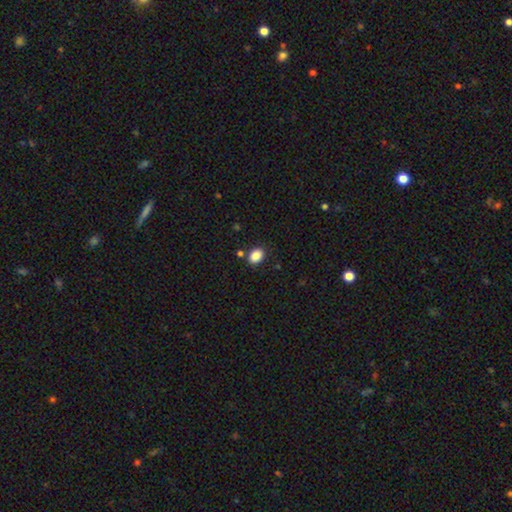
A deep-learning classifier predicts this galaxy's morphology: Smooth or featured?
  - smooth: 87% *
  - star or artifact: 9%
  - featured or disk: 4%
How rounded?
  - in between: 76% *
  - round: 23%
  - cigar-shaped: 1%
Merging?
  - none: 82% *
  - minor disturbance: 10%
  - merger: 5%
  - major disturbance: 2%